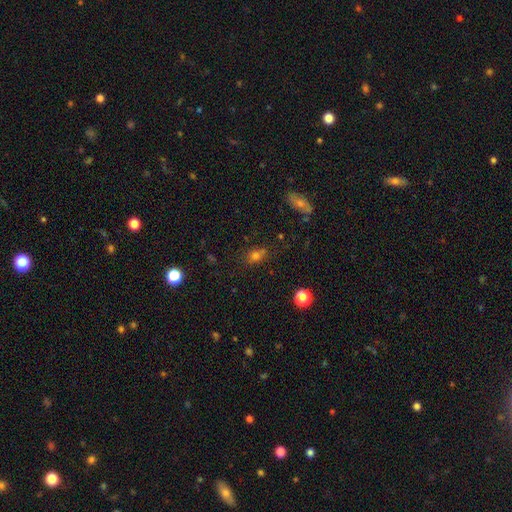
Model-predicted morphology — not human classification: Q: Smooth or featured?
A: smooth (68%); runner-up: star or artifact (22%)
Q: How rounded?
A: round (50%); runner-up: in between (47%)
Q: Merging?
A: none (66%); runner-up: minor disturbance (17%)